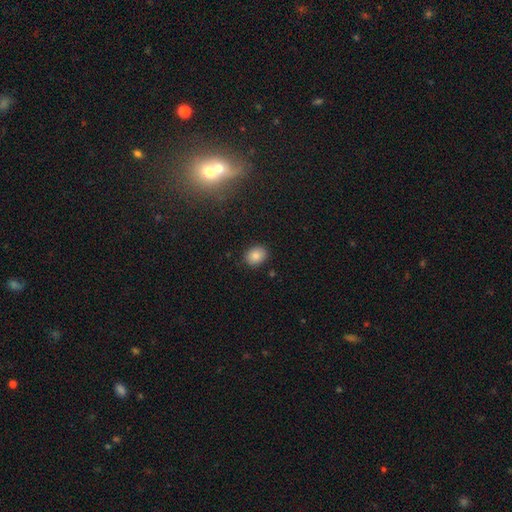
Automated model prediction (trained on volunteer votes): smooth-or-featured: smooth: 85% | star or artifact: 10% | featured or disk: 6%
  how-rounded: in between: 54% | round: 45% | cigar-shaped: 1%
  merging: none: 88% | minor disturbance: 8% | major disturbance: 2% | merger: 1%